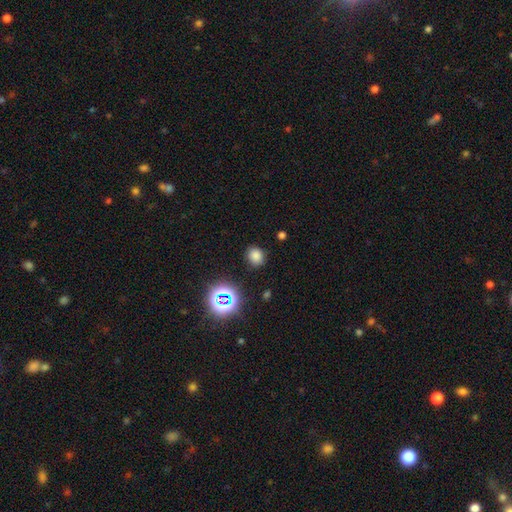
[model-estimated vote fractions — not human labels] A smooth galaxy with no disk features (74%) that is round (65%).

Vote fractions:
- Smooth or featured? smooth: 74% / star or artifact: 20% / featured or disk: 6%
- How rounded? round: 65% / in between: 34% / cigar-shaped: 1%
- Merging? none: 84% / minor disturbance: 11% / major disturbance: 3% / merger: 2%